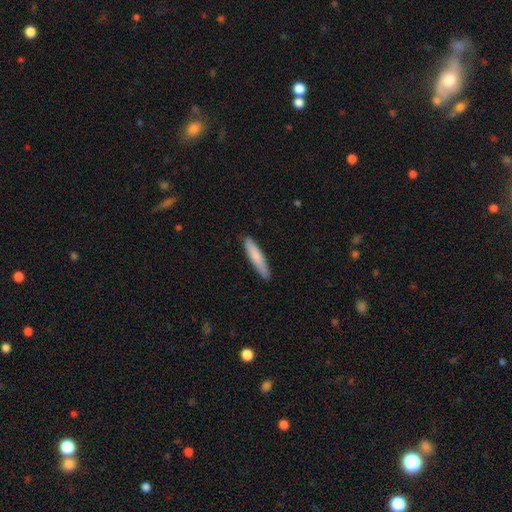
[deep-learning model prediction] The model was most divided on "smooth or featured": smooth: 79%, featured or disk: 16%, star or artifact: 5%. More confident: how rounded — cigar-shaped (90%); merging — none (88%).